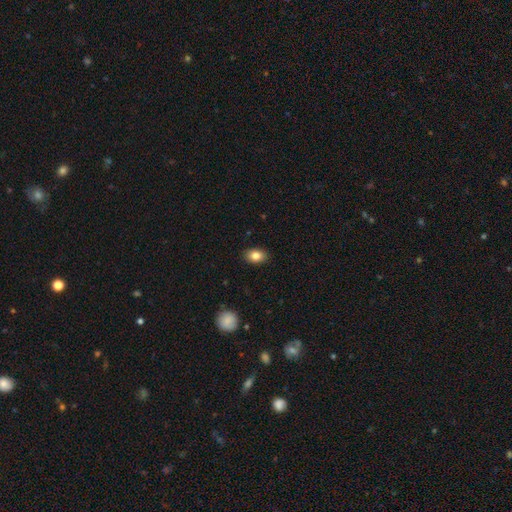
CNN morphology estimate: A smooth galaxy with no disk features (83%) that is in between round and cigar-shaped (83%).

Vote fractions:
- Smooth or featured? smooth: 83% / star or artifact: 8% / featured or disk: 8%
- How rounded? in between: 83% / round: 15% / cigar-shaped: 1%
- Merging? none: 89% / minor disturbance: 9% / major disturbance: 2% / merger: 1%